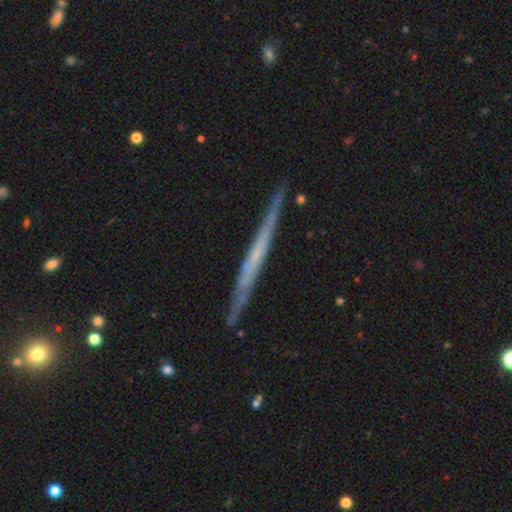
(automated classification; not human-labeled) Smooth or featured?
  - featured or disk: 63% *
  - smooth: 30%
  - star or artifact: 7%
Edge-on disk?
  - yes: 96% *
  - no: 4%
Edge-on bulge?
  - none: 85% *
  - rounded: 10%
  - boxy: 5%
Merging?
  - none: 87% *
  - minor disturbance: 10%
  - major disturbance: 2%
  - merger: 1%